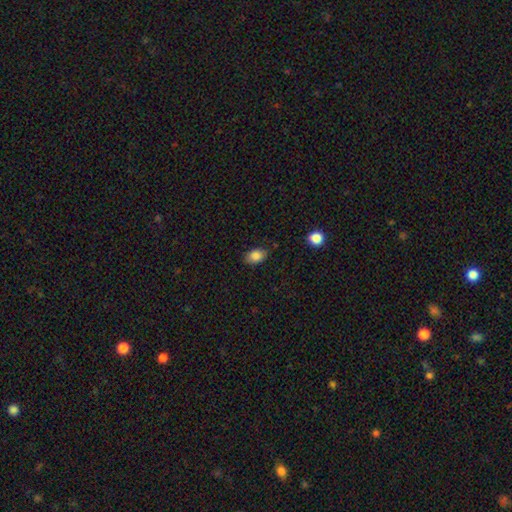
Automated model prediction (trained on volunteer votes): Overall: smooth (85%). How rounded: in between (83%). Merging: none (80%).